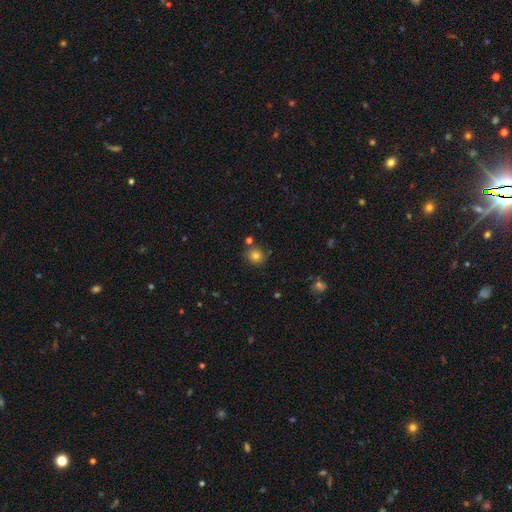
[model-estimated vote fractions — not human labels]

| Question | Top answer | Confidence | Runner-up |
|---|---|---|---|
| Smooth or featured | smooth | 78% | star or artifact (13%) |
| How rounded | round | 88% | in between (11%) |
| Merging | none | 80% | minor disturbance (11%) |